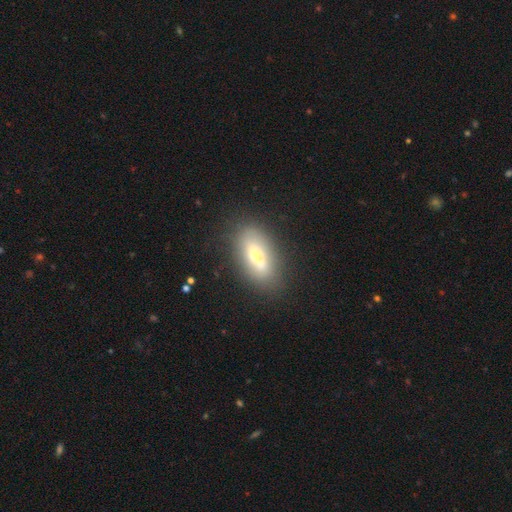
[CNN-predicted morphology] A smooth galaxy with no disk features (49%).

Vote fractions:
- Smooth or featured? smooth: 49% / featured or disk: 41% / star or artifact: 11%
- Merging? none: 67% / minor disturbance: 16% / merger: 10% / major disturbance: 7%